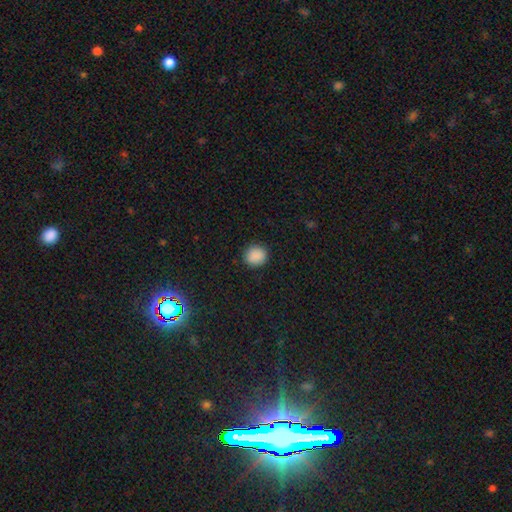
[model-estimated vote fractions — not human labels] Morphology: type=smooth (89%); roundness=round (87%); merging=none (90%).